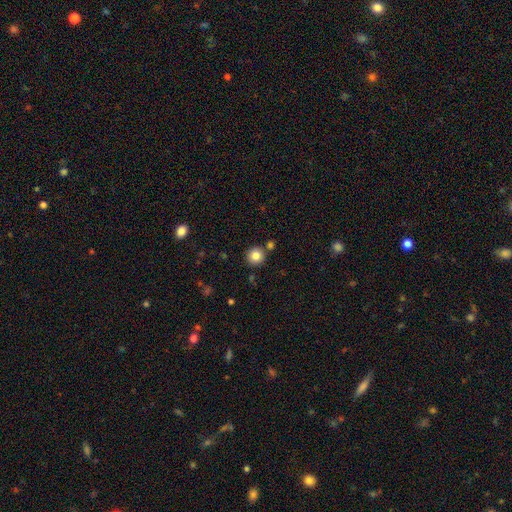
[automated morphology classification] Smooth or featured? smooth (83%)
How rounded? round (93%)
Merging? none (83%)